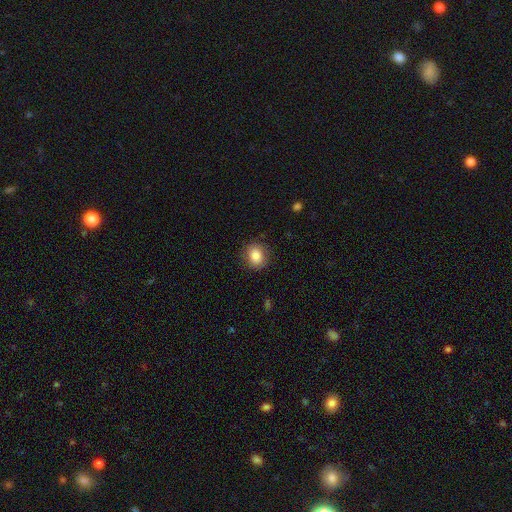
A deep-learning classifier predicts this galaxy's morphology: Smooth or featured: smooth — 84% (star or artifact — 9%)
How rounded: round — 68% (in between — 31%)
Merging: none — 86% (minor disturbance — 10%)